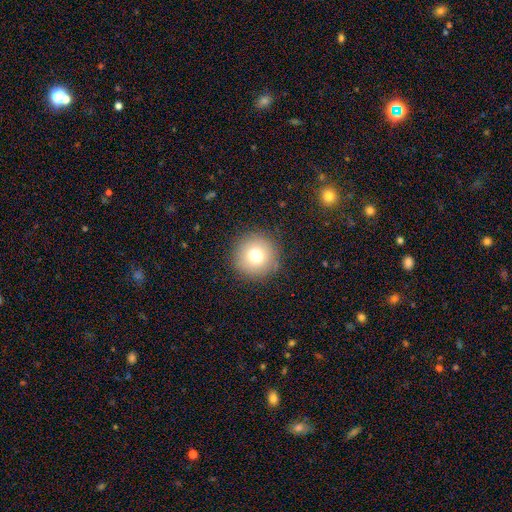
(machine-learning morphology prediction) smooth-or-featured: smooth: 75% | star or artifact: 13% | featured or disk: 12%
  how-rounded: round: 96% | in between: 3% | cigar-shaped: 1%
  merging: none: 90% | minor disturbance: 6% | major disturbance: 3% | merger: 1%